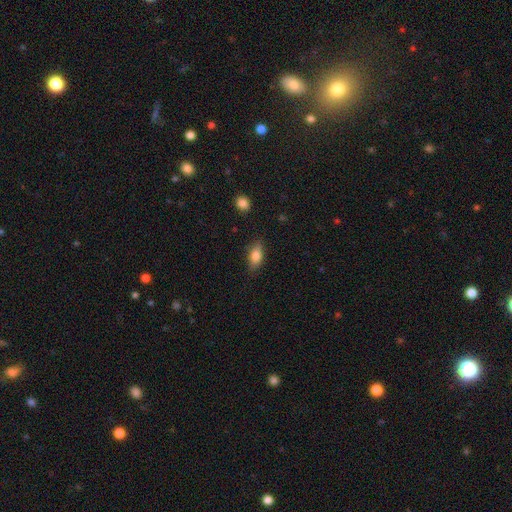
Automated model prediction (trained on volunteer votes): A smooth galaxy with no disk features (78%) that is in between round and cigar-shaped (84%).

Vote fractions:
- Smooth or featured? smooth: 78% / featured or disk: 14% / star or artifact: 8%
- How rounded? in between: 84% / cigar-shaped: 10% / round: 6%
- Merging? none: 82% / minor disturbance: 14% / major disturbance: 3% / merger: 1%